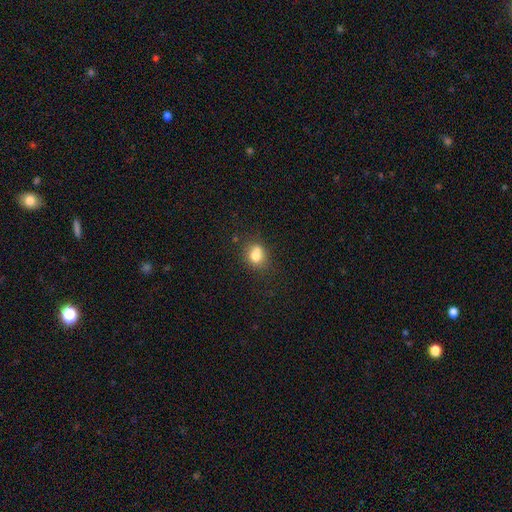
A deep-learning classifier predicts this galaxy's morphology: Smooth or featured? Predicted: smooth (p=0.78). How rounded? Predicted: round (p=0.62). Merging? Predicted: none (p=0.60).